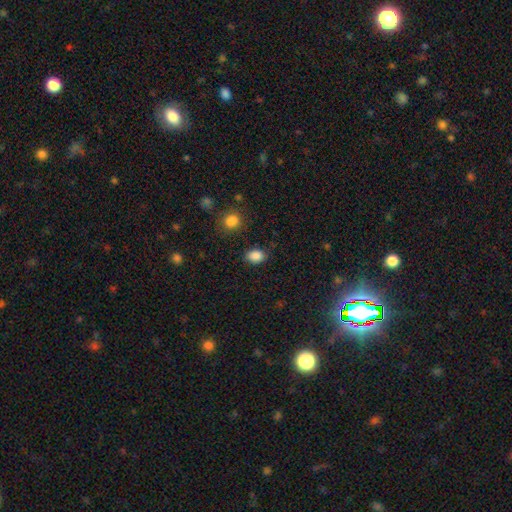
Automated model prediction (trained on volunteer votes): Q: Smooth or featured?
A: smooth (87%); runner-up: star or artifact (10%)
Q: How rounded?
A: in between (75%); runner-up: round (24%)
Q: Merging?
A: none (81%); runner-up: minor disturbance (13%)